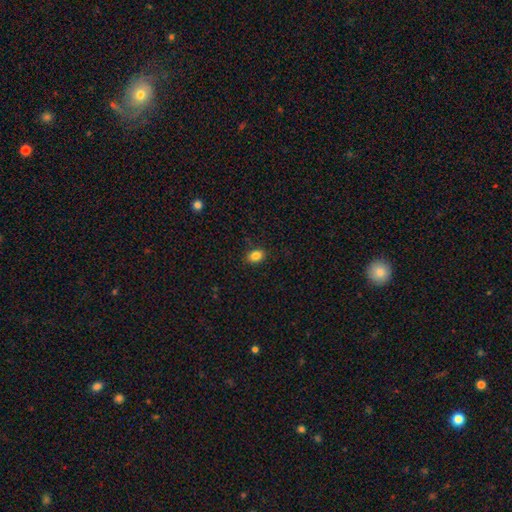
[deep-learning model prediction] Smooth or featured?
  - smooth: 85% *
  - star or artifact: 10%
  - featured or disk: 5%
How rounded?
  - in between: 78% *
  - round: 20%
  - cigar-shaped: 1%
Merging?
  - none: 88% *
  - minor disturbance: 9%
  - major disturbance: 2%
  - merger: 1%